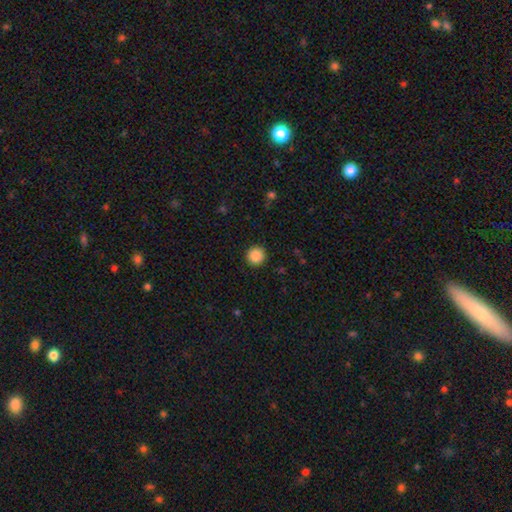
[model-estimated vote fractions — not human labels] smooth 87%, star or artifact 9%, featured or disk 4%. Down the decision tree: how rounded — round (95%); merging — none (92%).